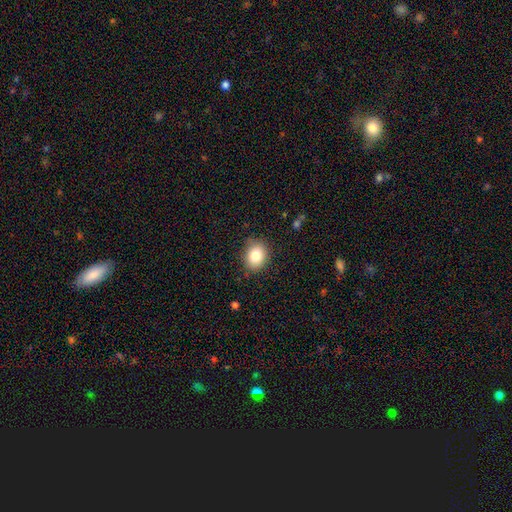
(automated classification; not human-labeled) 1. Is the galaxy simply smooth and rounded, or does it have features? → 82% smooth, 9% star or artifact, 8% featured or disk.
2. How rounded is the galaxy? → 52% round, 47% in between, 1% cigar-shaped.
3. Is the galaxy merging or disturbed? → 83% none, 13% minor disturbance, 3% major disturbance, 1% merger.